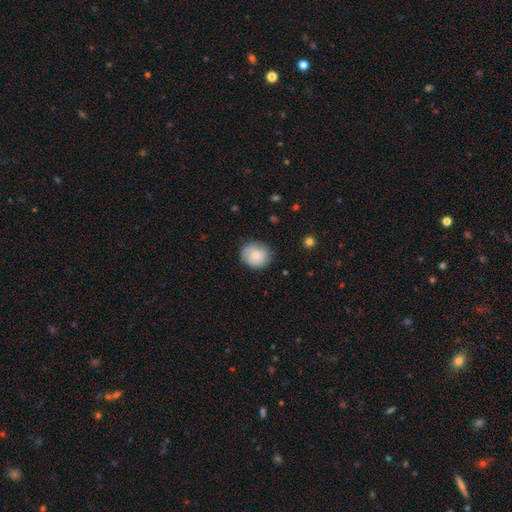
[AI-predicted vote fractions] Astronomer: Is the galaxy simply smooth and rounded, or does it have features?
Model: smooth — 78%.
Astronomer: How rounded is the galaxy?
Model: round — 82%.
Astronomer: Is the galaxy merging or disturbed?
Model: none — 80%.